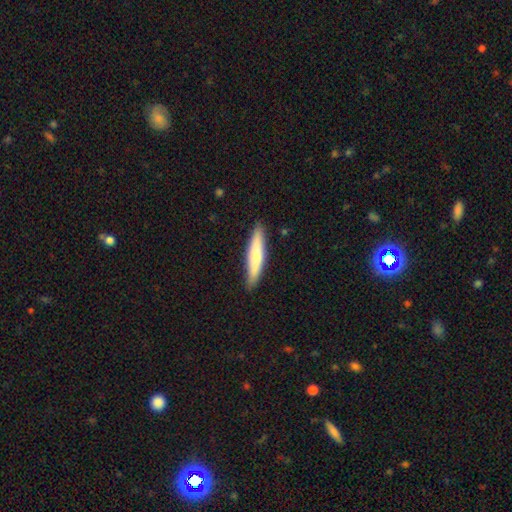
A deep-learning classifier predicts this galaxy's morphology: smooth_or_featured: smooth (p=0.71) [alt: featured or disk p=0.24]
how_rounded: cigar-shaped (p=0.86) [alt: in between p=0.13]
merging: none (p=0.87) [alt: minor disturbance p=0.10]